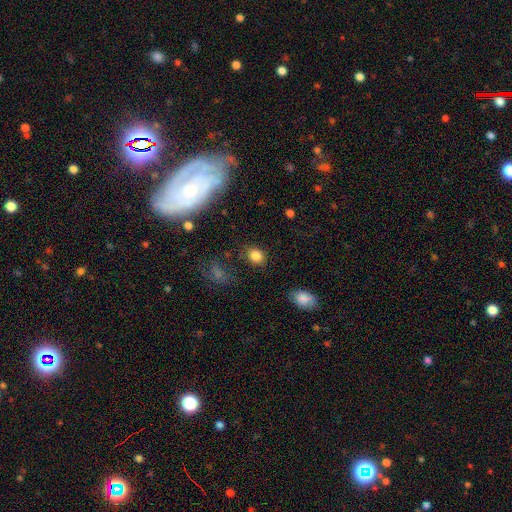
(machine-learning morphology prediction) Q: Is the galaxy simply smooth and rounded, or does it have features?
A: smooth — 83%.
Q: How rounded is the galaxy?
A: round — 59%.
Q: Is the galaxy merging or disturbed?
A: none — 81%.